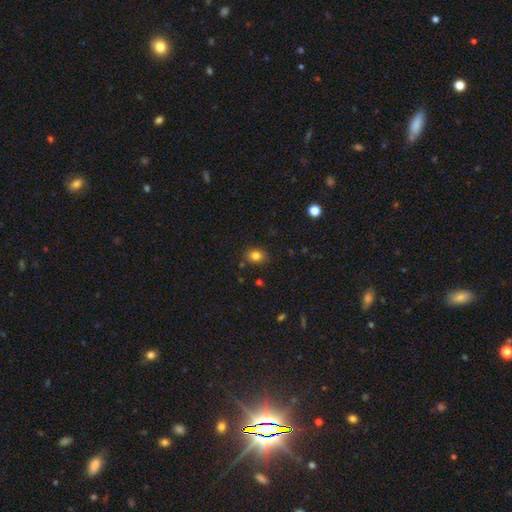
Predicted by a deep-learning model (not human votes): This is clearly a smooth galaxy (82%). How rounded: possibly in between (55%). Merging: clearly none (84%).